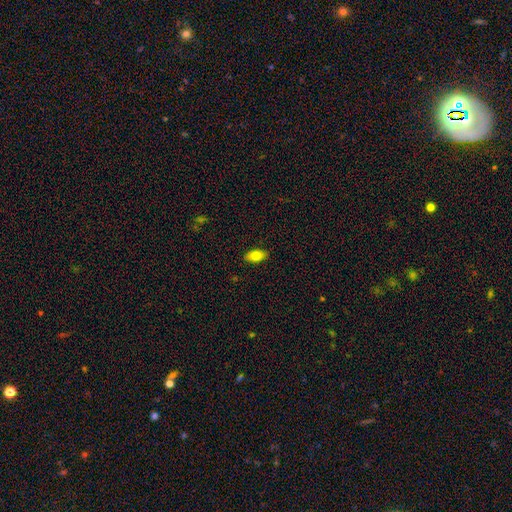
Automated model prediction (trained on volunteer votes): This appears to be a smooth galaxy with no disk features (79%) that is in between round and cigar-shaped (90%). Merging: none (89%).